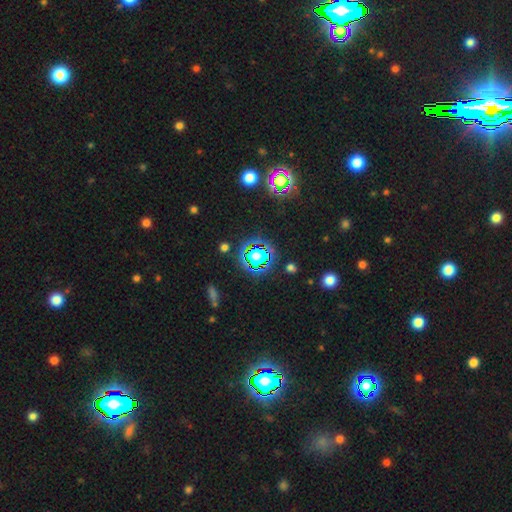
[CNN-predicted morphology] The model was most divided on "smooth or featured": star or artifact: 60%, smooth: 27%, featured or disk: 13%.